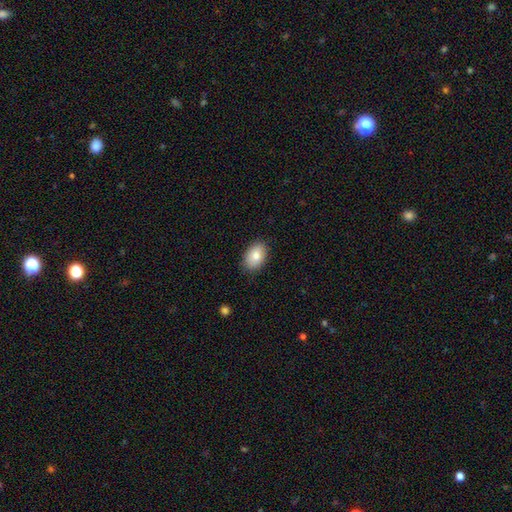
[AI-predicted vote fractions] A smooth galaxy with no disk features (82%) that is in between round and cigar-shaped (86%).

Vote fractions:
- Smooth or featured? smooth: 82% / featured or disk: 11% / star or artifact: 7%
- How rounded? in between: 86% / round: 13% / cigar-shaped: 1%
- Merging? none: 86% / minor disturbance: 11% / major disturbance: 2% / merger: 1%